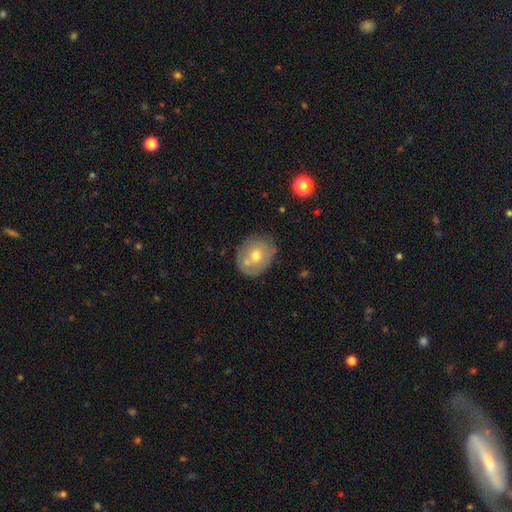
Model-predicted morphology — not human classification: smooth-or-featured: smooth: 56% | featured or disk: 36% | star or artifact: 8%
  how-rounded: round: 71% | in between: 28% | cigar-shaped: 1%
  merging: none: 59% | minor disturbance: 19% | merger: 17% | major disturbance: 5%